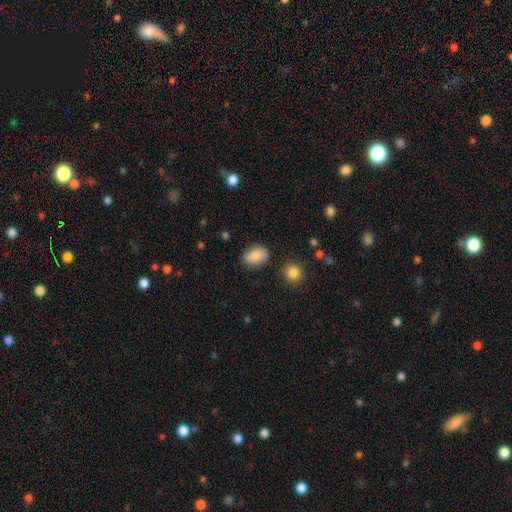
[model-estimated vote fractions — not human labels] smooth_or_featured: smooth (p=0.88) [alt: star or artifact p=0.07]
how_rounded: in between (p=0.84) [alt: round p=0.15]
merging: none (p=0.82) [alt: minor disturbance p=0.12]